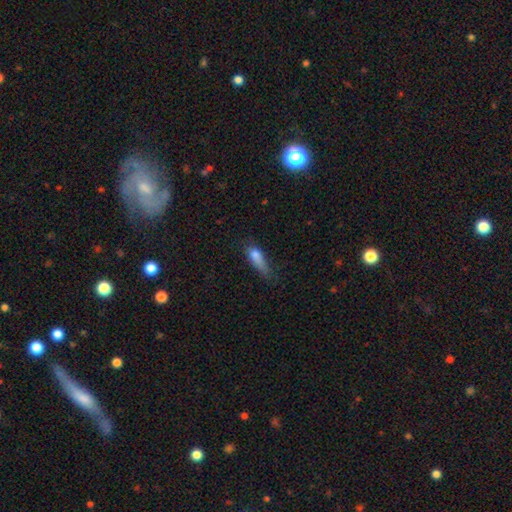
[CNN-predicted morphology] Q: Smooth or featured?
A: smooth (77%); runner-up: featured or disk (14%)
Q: How rounded?
A: in between (52%); runner-up: cigar-shaped (44%)
Q: Merging?
A: none (38%); runner-up: minor disturbance (37%)